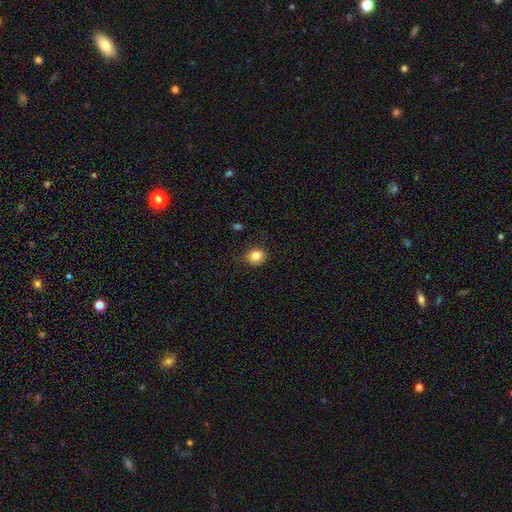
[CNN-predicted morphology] The model was most divided on "how rounded": round: 70%, in between: 29%, cigar-shaped: 1%. More confident: smooth or featured — smooth (83%); merging — none (82%).